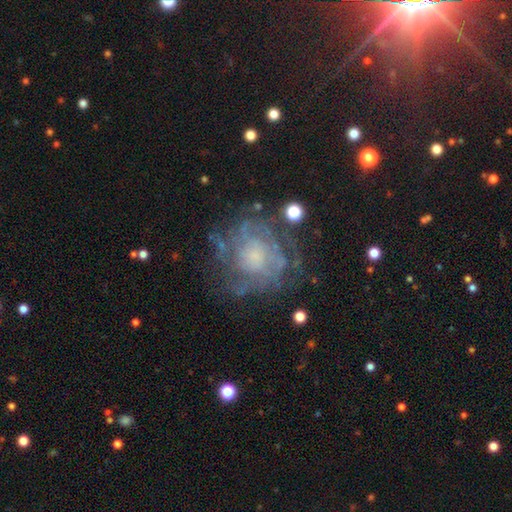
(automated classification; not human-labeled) The model was most divided on "bulge size": small: 44%, moderate: 28%, none: 20%, large: 7%, dominant: 2%. More confident: edge-on disk — no (98%); bar — no (80%); spiral arms — yes (78%); smooth or featured — featured or disk (74%); merging — none (68%); spiral winding — tight (59%); spiral arm count — can't tell (56%).